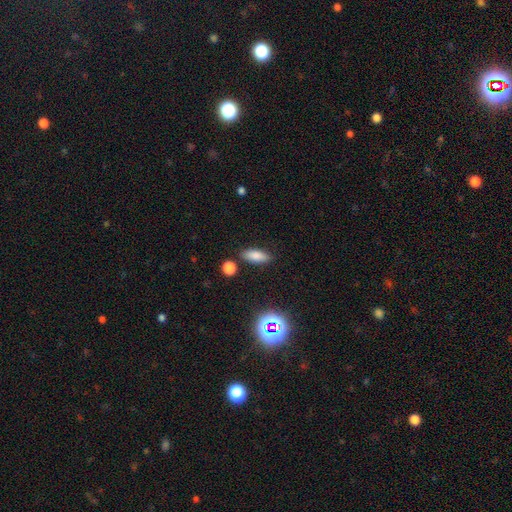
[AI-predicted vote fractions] Smooth or featured?
  - smooth: 80% *
  - star or artifact: 10%
  - featured or disk: 9%
How rounded?
  - in between: 75% *
  - cigar-shaped: 22%
  - round: 4%
Merging?
  - none: 83% *
  - minor disturbance: 10%
  - merger: 4%
  - major disturbance: 3%